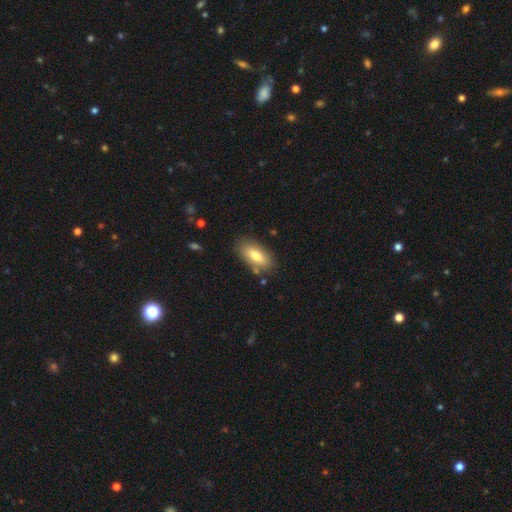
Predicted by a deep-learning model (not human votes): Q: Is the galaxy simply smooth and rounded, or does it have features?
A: smooth — 73%.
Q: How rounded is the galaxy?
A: in between — 85%.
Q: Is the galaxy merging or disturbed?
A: none — 80%.